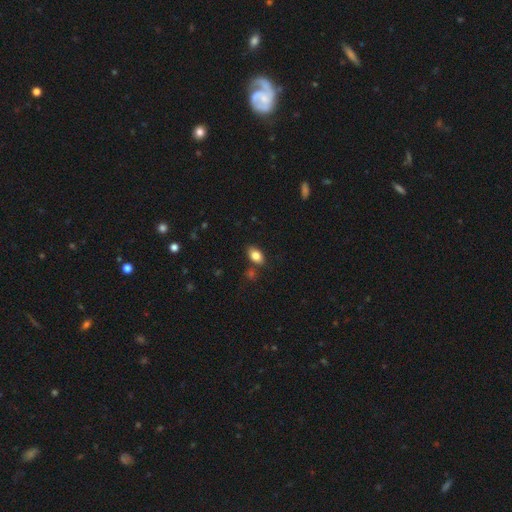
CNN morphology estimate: A smooth galaxy with no disk features (82%) that is in between round and cigar-shaped (87%). Merging: none (77%).